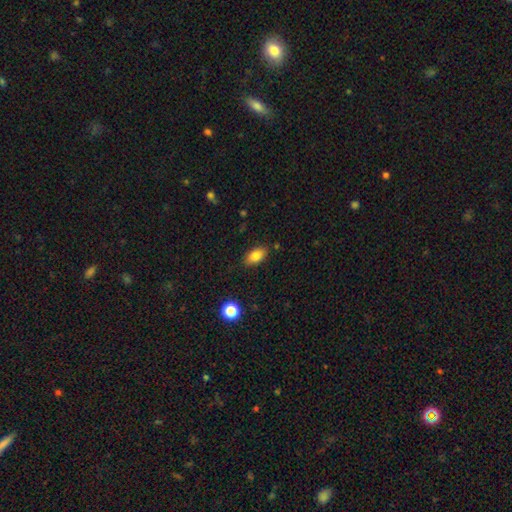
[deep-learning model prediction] Smooth or featured? smooth (82%)
How rounded? in between (89%)
Merging? none (85%)